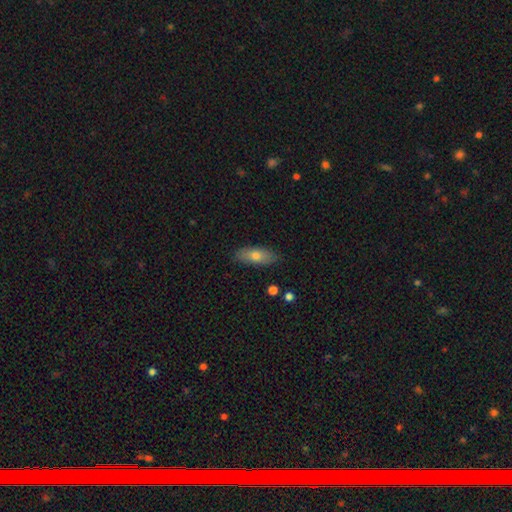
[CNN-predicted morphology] smooth-or-featured: smooth: 71% | featured or disk: 22% | star or artifact: 7%
  how-rounded: in between: 76% | cigar-shaped: 20% | round: 3%
  merging: none: 85% | minor disturbance: 12% | major disturbance: 2% | merger: 1%